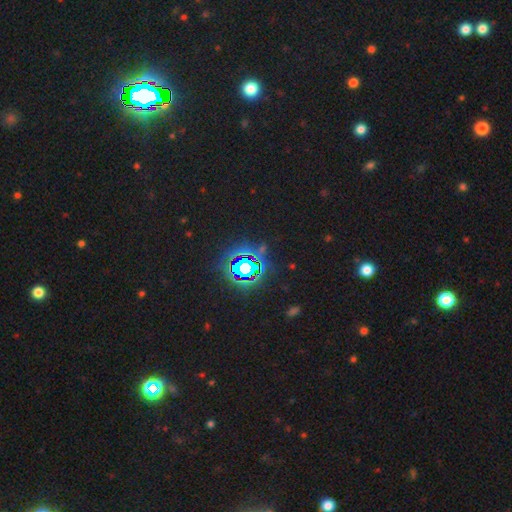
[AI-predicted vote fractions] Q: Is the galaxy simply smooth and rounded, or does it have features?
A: star or artifact — 81%.